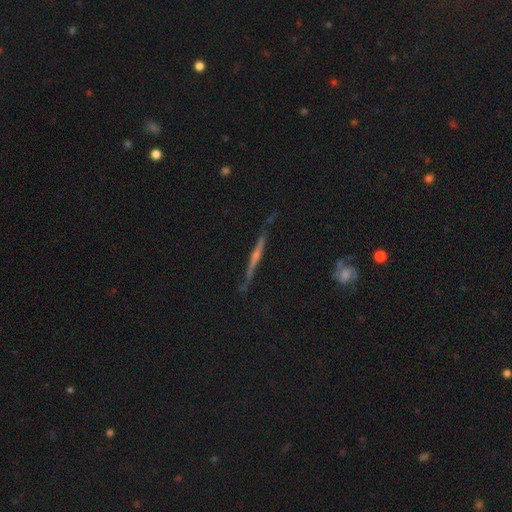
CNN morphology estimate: A featured or disk galaxy (78%) viewed edge-on (96%) with a rounded central bulge (58%). Merging: none (80%).